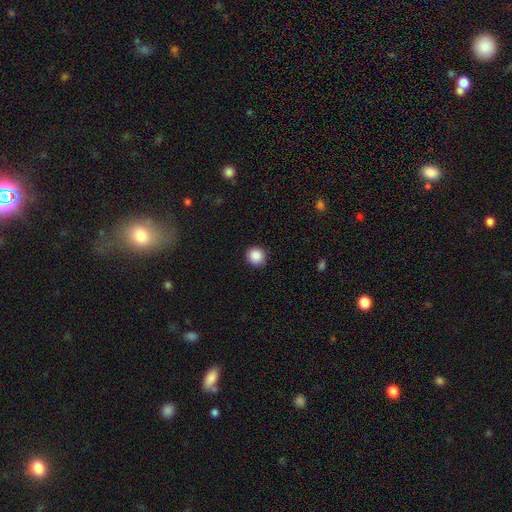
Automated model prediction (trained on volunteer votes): Smooth or featured: smooth — 88% (star or artifact — 9%)
How rounded: round — 93% (in between — 6%)
Merging: none — 91% (minor disturbance — 6%)